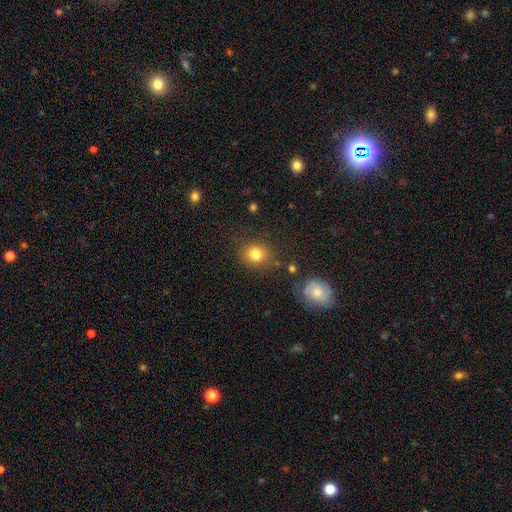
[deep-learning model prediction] Smooth or featured?
  - smooth: 81% *
  - star or artifact: 11%
  - featured or disk: 7%
How rounded?
  - round: 74% *
  - in between: 25%
  - cigar-shaped: 1%
Merging?
  - none: 77% *
  - minor disturbance: 14%
  - major disturbance: 5%
  - merger: 4%